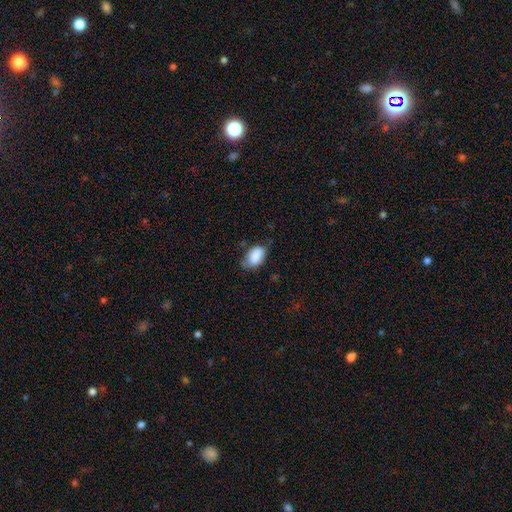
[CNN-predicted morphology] Smooth or featured?
  - smooth: 83% *
  - featured or disk: 9%
  - star or artifact: 7%
How rounded?
  - in between: 90% *
  - round: 8%
  - cigar-shaped: 2%
Merging?
  - none: 54% *
  - minor disturbance: 35%
  - major disturbance: 9%
  - merger: 2%